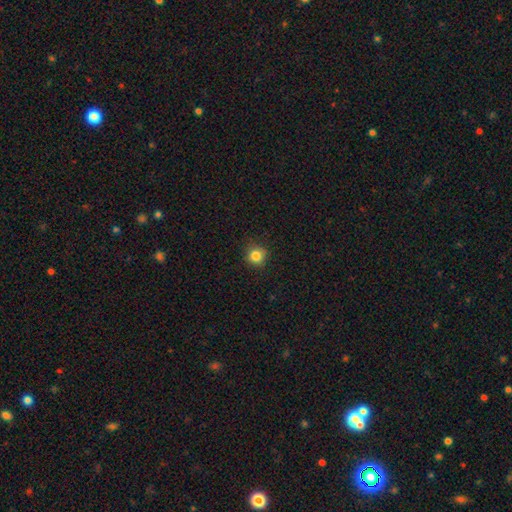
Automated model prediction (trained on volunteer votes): A smooth galaxy with no disk features (84%) that is round (91%). Merging: none (86%).